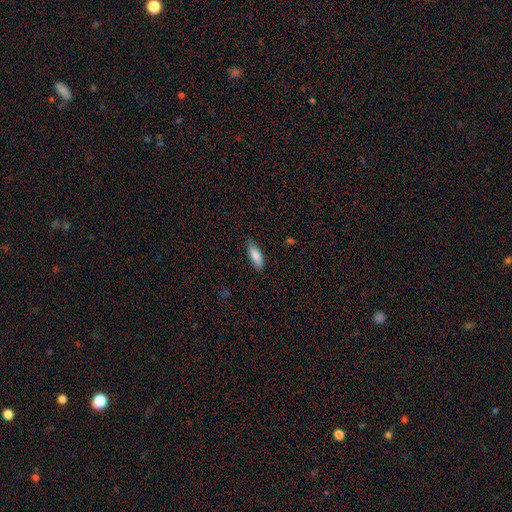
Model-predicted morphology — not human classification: The model was most divided on "how rounded": in between: 61%, cigar-shaped: 37%, round: 2%. More confident: smooth or featured — smooth (84%); merging — none (80%).